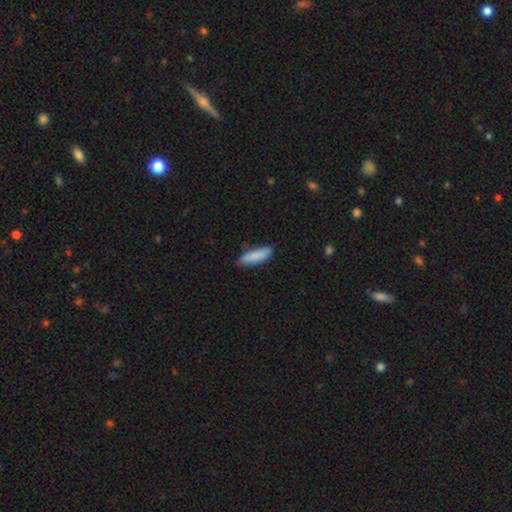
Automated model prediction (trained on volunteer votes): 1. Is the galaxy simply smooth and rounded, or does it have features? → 86% smooth, 8% featured or disk, 6% star or artifact.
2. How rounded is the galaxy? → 53% cigar-shaped, 45% in between, 2% round.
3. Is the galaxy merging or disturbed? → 77% none, 19% minor disturbance, 3% major disturbance, 2% merger.